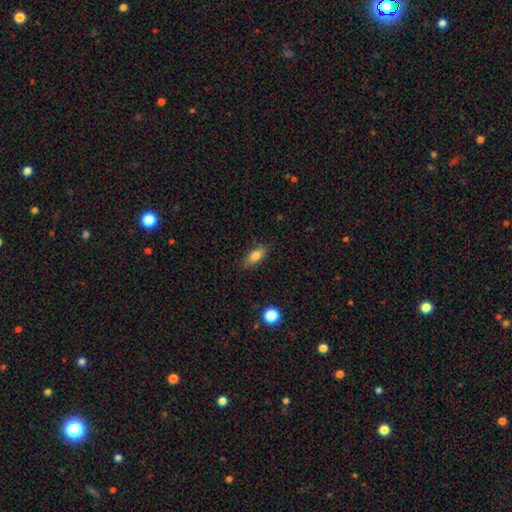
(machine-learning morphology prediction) smooth_or_featured: smooth (p=0.79) [alt: featured or disk p=0.13]
how_rounded: in between (p=0.78) [alt: cigar-shaped p=0.16]
merging: none (p=0.80) [alt: minor disturbance p=0.15]